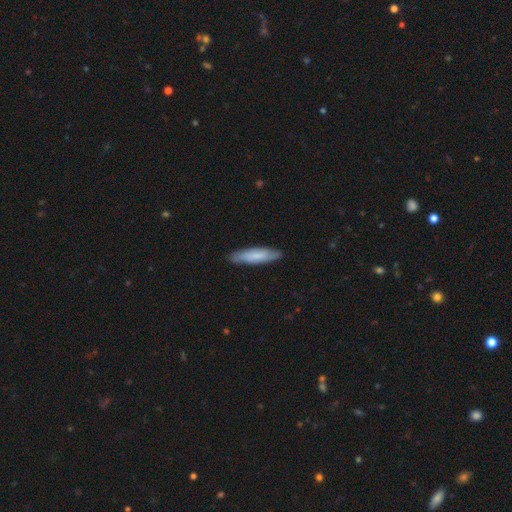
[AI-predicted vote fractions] This is likely a smooth galaxy (67%). How rounded: likely cigar-shaped (72%). Merging: clearly none (85%).